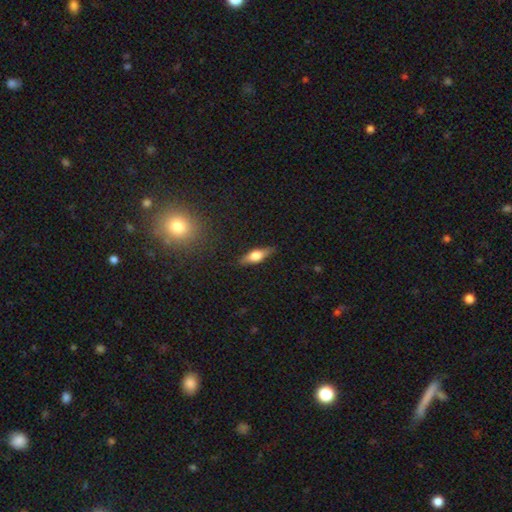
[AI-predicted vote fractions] A smooth galaxy with no disk features (47%). Merging: none (86%).